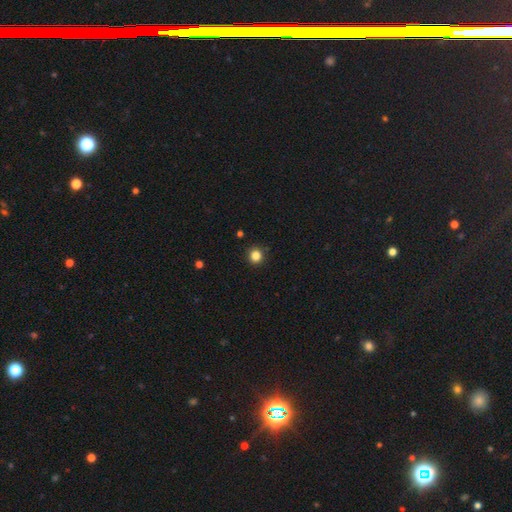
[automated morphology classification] Smooth or featured?
  - smooth: 84% *
  - star or artifact: 12%
  - featured or disk: 4%
How rounded?
  - round: 93% *
  - in between: 6%
  - cigar-shaped: 1%
Merging?
  - none: 92% *
  - minor disturbance: 5%
  - major disturbance: 2%
  - merger: 1%